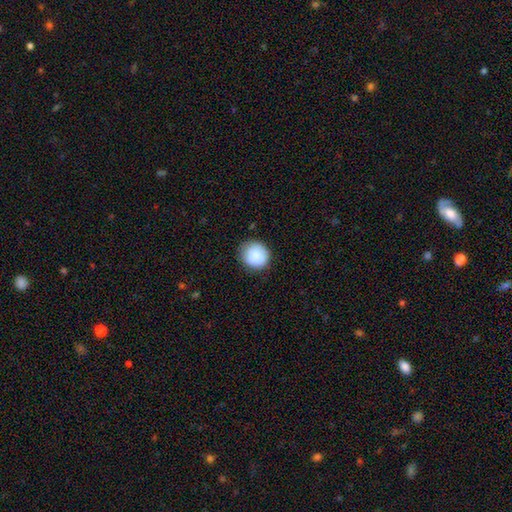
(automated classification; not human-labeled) A smooth galaxy with no disk features (88%) that is round (92%). Merging: none (83%).